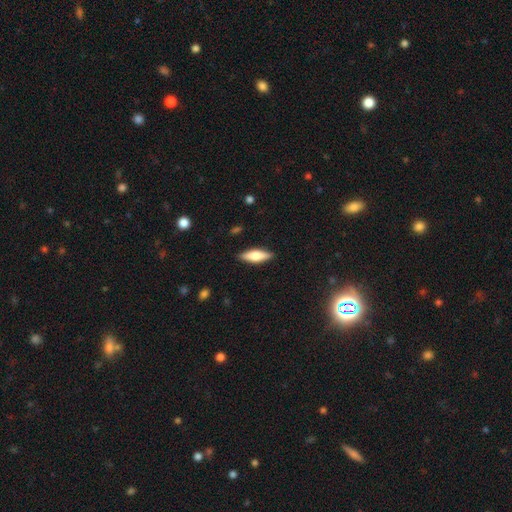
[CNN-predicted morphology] Smooth or featured?
  - smooth: 63% *
  - featured or disk: 31%
  - star or artifact: 6%
How rounded?
  - in between: 49% * (tied)
  - cigar-shaped: 49% * (tied)
  - round: 2%
Merging?
  - none: 87% *
  - minor disturbance: 9%
  - major disturbance: 2%
  - merger: 1%